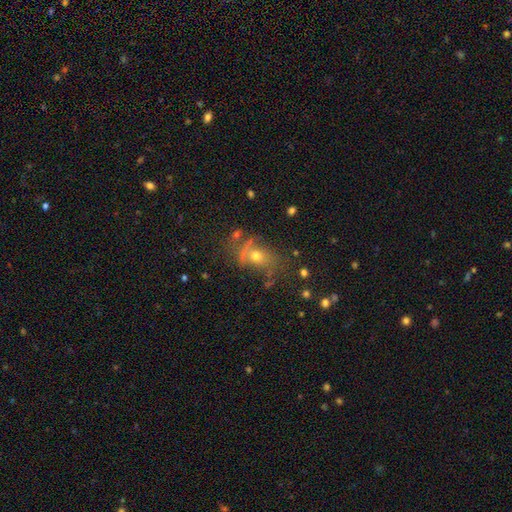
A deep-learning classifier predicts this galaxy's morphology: Smooth or featured? smooth (44%)
Merging? none (53%)